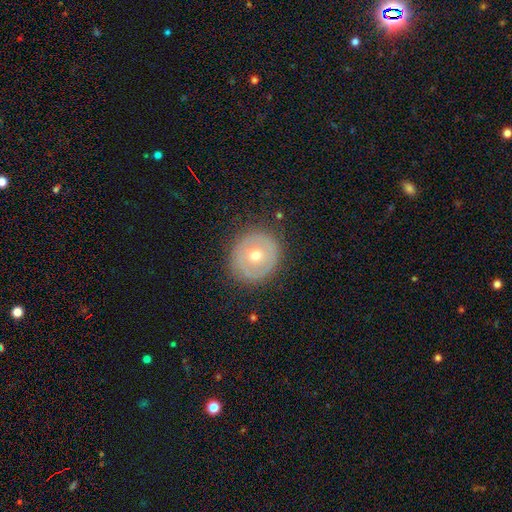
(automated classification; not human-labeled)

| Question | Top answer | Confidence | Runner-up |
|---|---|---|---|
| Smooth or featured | featured or disk | 48% | smooth (45%) |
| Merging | none | 85% | minor disturbance (10%) |